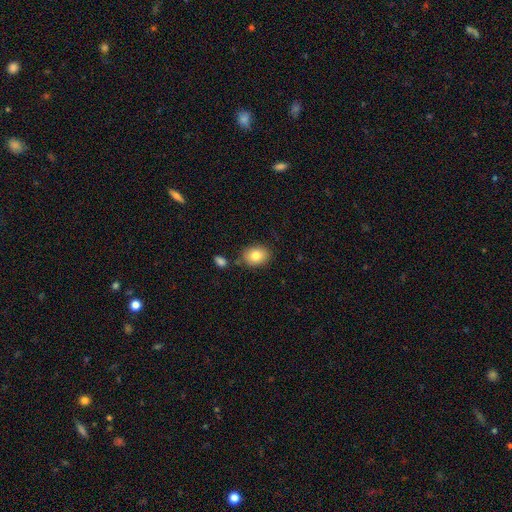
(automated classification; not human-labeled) Smooth or featured?
  - smooth: 81% *
  - featured or disk: 10%
  - star or artifact: 8%
How rounded?
  - in between: 61% *
  - round: 38%
  - cigar-shaped: 1%
Merging?
  - none: 78% *
  - minor disturbance: 12%
  - merger: 7%
  - major disturbance: 3%